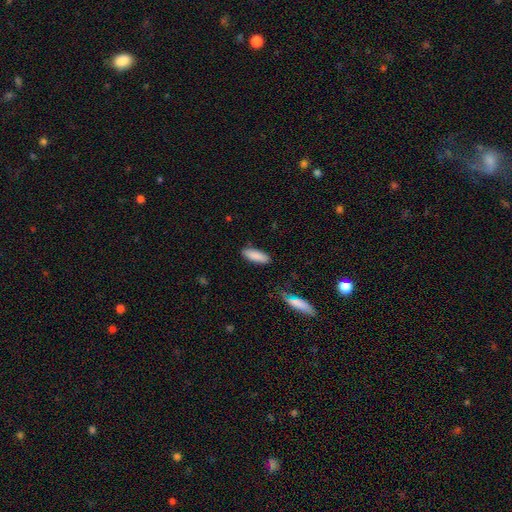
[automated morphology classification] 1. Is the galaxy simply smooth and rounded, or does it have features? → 88% smooth, 6% star or artifact, 6% featured or disk.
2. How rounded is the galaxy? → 67% in between, 32% cigar-shaped, 2% round.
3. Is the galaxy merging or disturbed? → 85% none, 11% minor disturbance, 2% major disturbance, 2% merger.